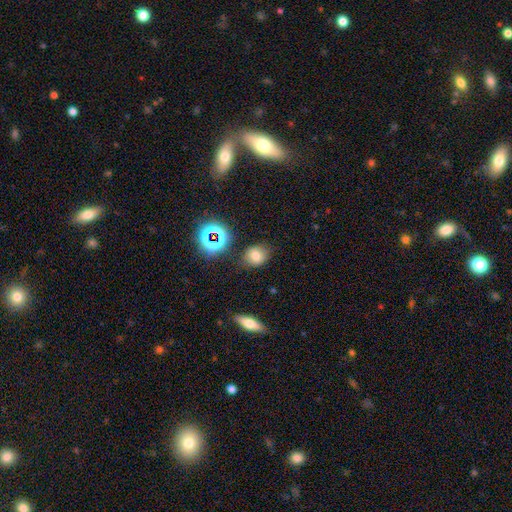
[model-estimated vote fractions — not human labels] A smooth galaxy with no disk features (71%) that is round (61%). Merging: none (79%).